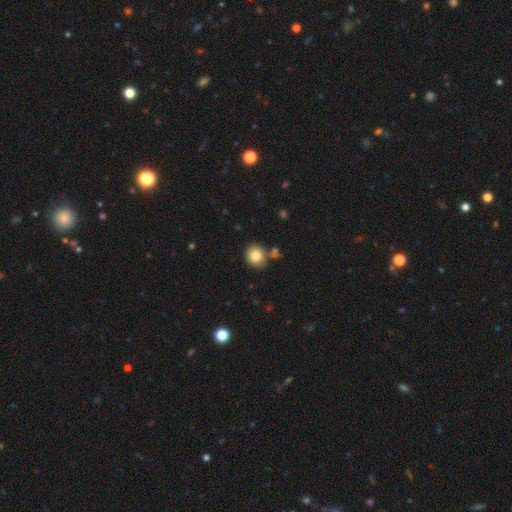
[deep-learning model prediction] This is clearly a smooth galaxy (83%). How rounded: likely round (73%). Merging: likely none (75%).